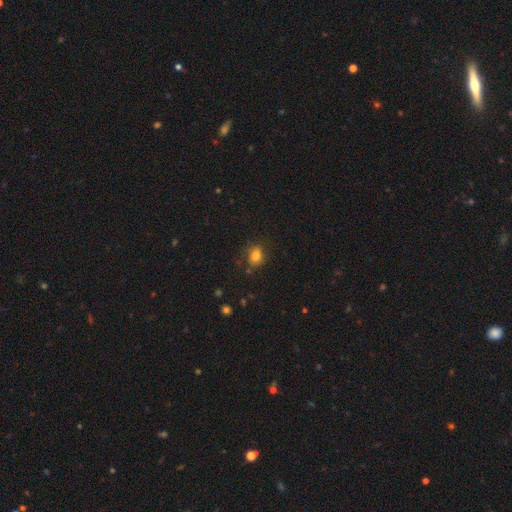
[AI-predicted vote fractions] This is likely a smooth galaxy (79%). How rounded: possibly round (53%). Merging: likely none (75%).